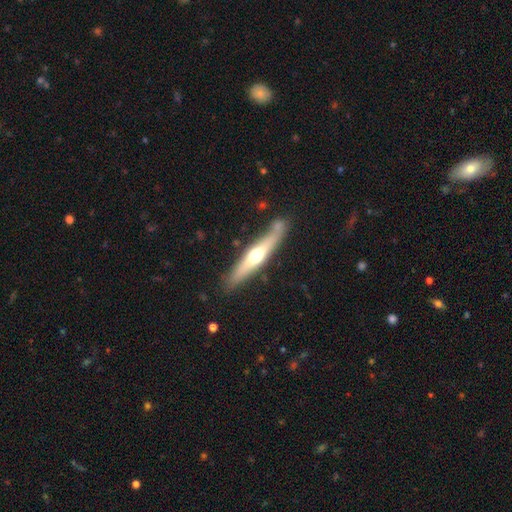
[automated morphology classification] Q: Smooth or featured?
A: featured or disk (57%); runner-up: smooth (38%)
Q: Edge-on disk?
A: yes (92%); runner-up: no (8%)
Q: Edge-on bulge?
A: rounded (88%); runner-up: none (7%)
Q: Merging?
A: none (78%); runner-up: minor disturbance (13%)